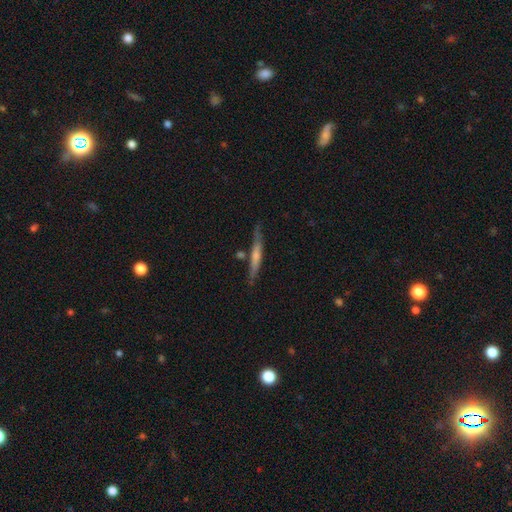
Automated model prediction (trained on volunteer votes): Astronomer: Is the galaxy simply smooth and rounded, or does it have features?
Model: featured or disk — 65%.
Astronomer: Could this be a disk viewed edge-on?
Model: yes — 95%.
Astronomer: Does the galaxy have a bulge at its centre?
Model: rounded — 65%.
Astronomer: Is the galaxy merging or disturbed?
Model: none — 81%.